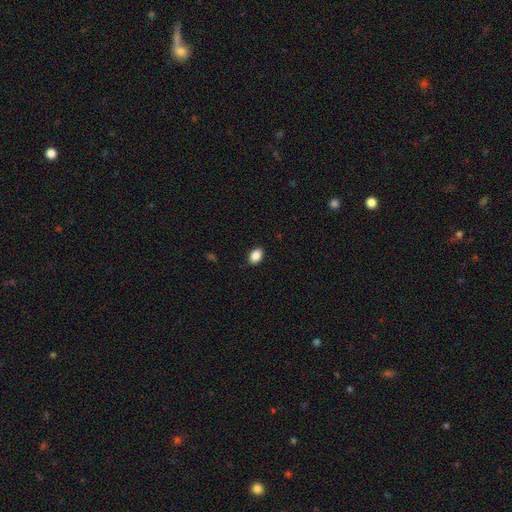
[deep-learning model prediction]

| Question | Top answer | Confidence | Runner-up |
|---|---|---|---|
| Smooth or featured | smooth | 88% | star or artifact (8%) |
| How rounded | in between | 87% | round (12%) |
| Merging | none | 88% | minor disturbance (9%) |